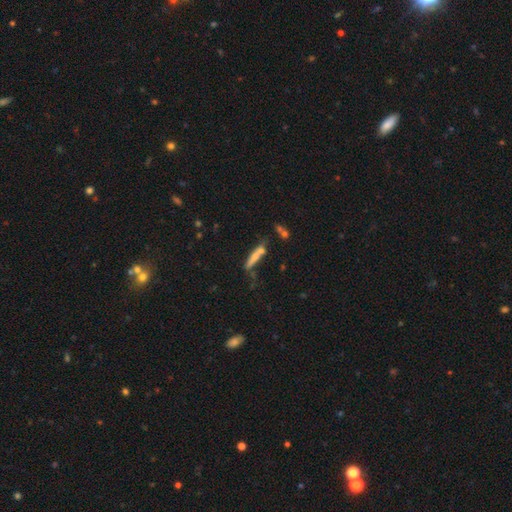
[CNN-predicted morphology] Smooth or featured? Predicted: smooth (p=0.58). How rounded? Predicted: cigar-shaped (p=0.86). Merging? Predicted: none (p=0.51).